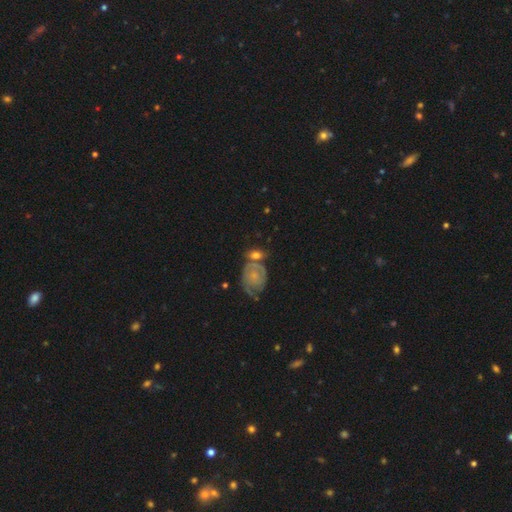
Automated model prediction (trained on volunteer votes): Smooth or featured? smooth (46%)
Merging? none (54%)